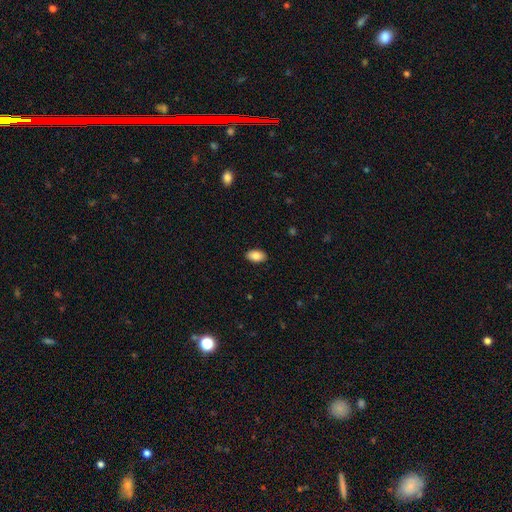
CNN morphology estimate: smooth-or-featured: smooth: 86% | featured or disk: 7% | star or artifact: 7%
  how-rounded: in between: 94% | round: 5% | cigar-shaped: 2%
  merging: none: 89% | minor disturbance: 8% | major disturbance: 2% | merger: 1%